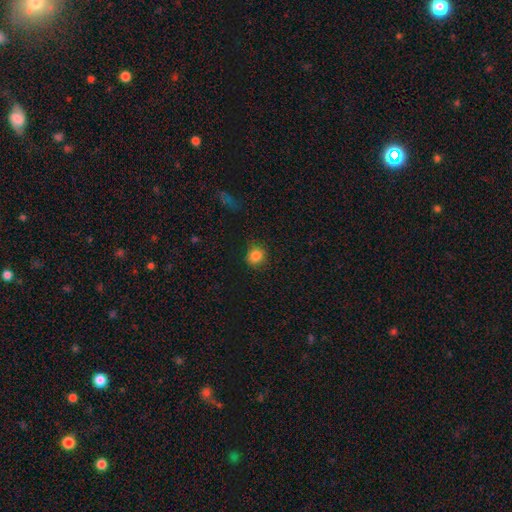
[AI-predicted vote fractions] Smooth or featured? Predicted: smooth (p=0.85). How rounded? Predicted: round (p=0.82). Merging? Predicted: none (p=0.84).